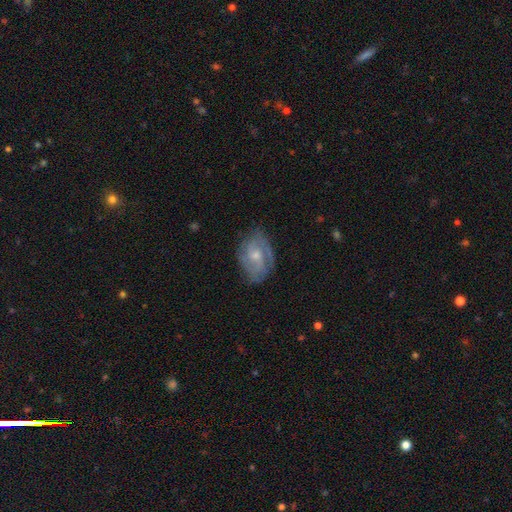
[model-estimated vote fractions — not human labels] Smooth or featured?
  - featured or disk: 75% *
  - smooth: 19%
  - star or artifact: 6%
Edge-on disk?
  - no: 97% *
  - yes: 3%
Bar?
  - no: 62% *
  - weak: 33%
  - strong: 5%
Spiral arms?
  - yes: 90% *
  - no: 10%
Spiral winding?
  - medium: 44% *
  - tight: 43%
  - loose: 14%
Spiral arm count?
  - 2: 48% *
  - can't tell: 24%
  - 3: 17%
  - 1: 4%
  - 4: 4%
  - more than 4: 3%
Bulge size?
  - moderate: 47% *
  - small: 45%
  - none: 5%
  - large: 3%
  - dominant: 1%
Merging?
  - none: 70% *
  - minor disturbance: 21%
  - major disturbance: 8%
  - merger: 1%